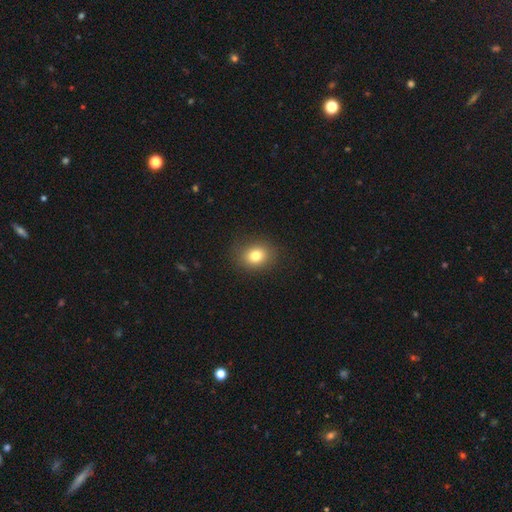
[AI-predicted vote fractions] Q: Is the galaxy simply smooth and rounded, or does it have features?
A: smooth — 79%.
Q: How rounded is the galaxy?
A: round — 59%.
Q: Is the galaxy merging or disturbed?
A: none — 87%.